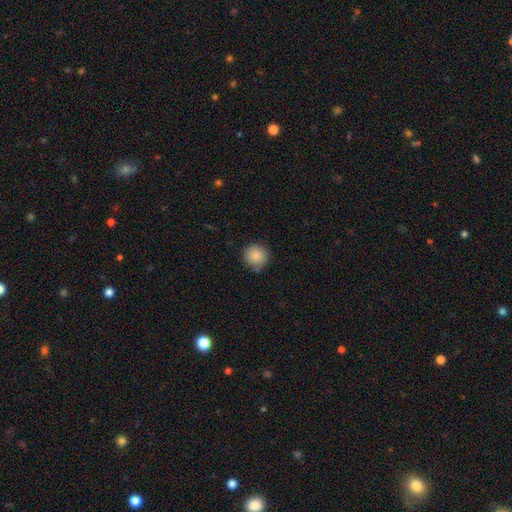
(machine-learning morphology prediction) The model was most divided on "merging": none: 82%, minor disturbance: 12%, merger: 3%, major disturbance: 3%. More confident: how rounded — round (94%); smooth or featured — smooth (87%).